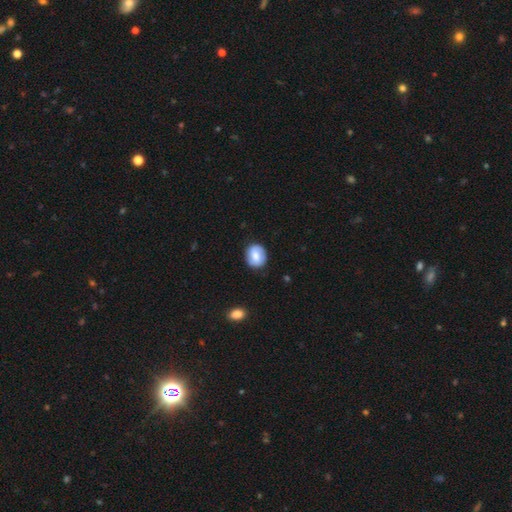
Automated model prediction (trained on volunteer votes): A smooth galaxy with no disk features (56%) that is round (70%).

Vote fractions:
- Smooth or featured? smooth: 56% / featured or disk: 37% / star or artifact: 7%
- How rounded? round: 70% / in between: 29% / cigar-shaped: 1%
- Merging? none: 84% / minor disturbance: 12% / major disturbance: 3% / merger: 1%